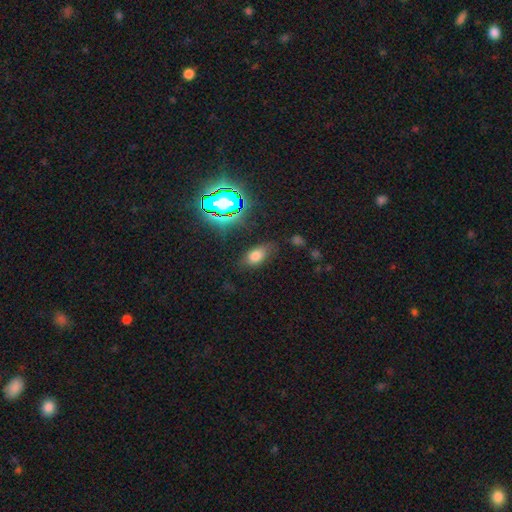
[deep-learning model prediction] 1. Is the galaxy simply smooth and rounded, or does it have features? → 68% smooth, 21% star or artifact, 11% featured or disk.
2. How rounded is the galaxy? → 87% in between, 9% round, 4% cigar-shaped.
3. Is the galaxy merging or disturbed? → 67% none, 22% minor disturbance, 8% major disturbance, 3% merger.